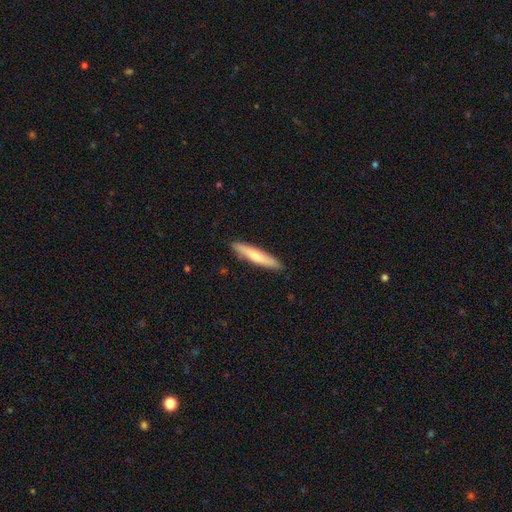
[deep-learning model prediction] A smooth galaxy with no disk features (64%) that is cigar-shaped (91%).

Vote fractions:
- Smooth or featured? smooth: 64% / featured or disk: 31% / star or artifact: 5%
- How rounded? cigar-shaped: 91% / in between: 8% / round: 1%
- Merging? none: 89% / minor disturbance: 8% / major disturbance: 1% / merger: 1%